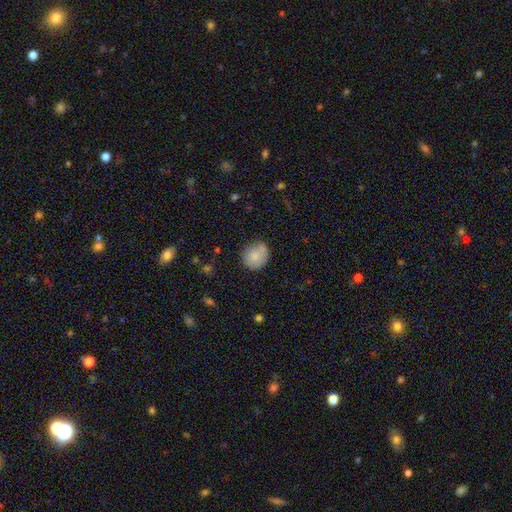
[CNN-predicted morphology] type=smooth (82%); roundness=round (77%); merging=none (68%).